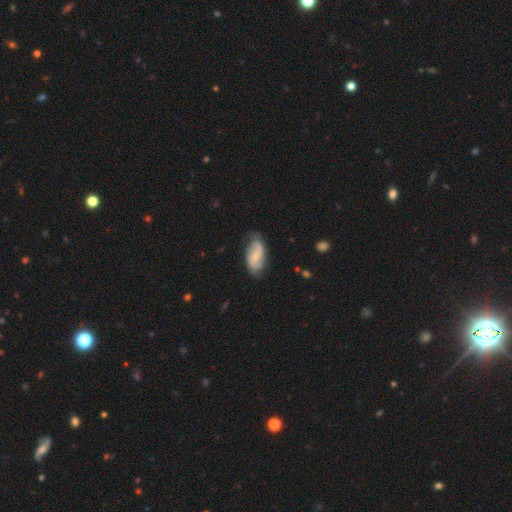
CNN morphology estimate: The model was most divided on "bar": no: 45%, weak: 42%, strong: 13%. Remaining: edge-on disk — no (95%); spiral arms — yes (91%); merging — none (67%); smooth or featured — featured or disk (58%); bulge size — small (48%).